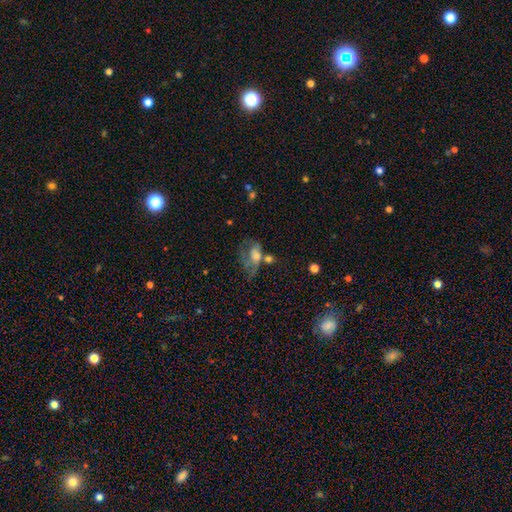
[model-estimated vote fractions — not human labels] smooth 50%, featured or disk 39%, star or artifact 12%. Down the decision tree: merging — major disturbance (38%).